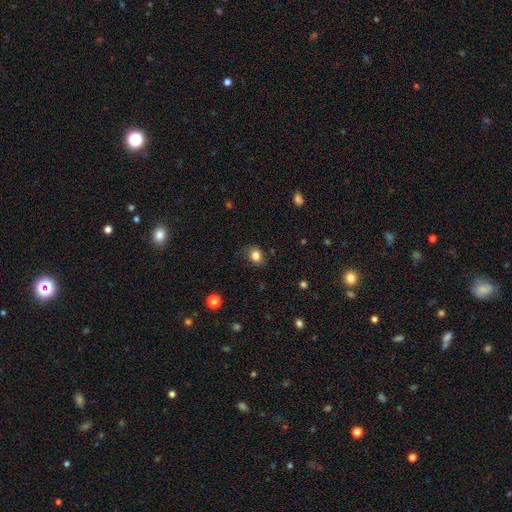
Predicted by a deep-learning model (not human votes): A smooth galaxy with no disk features (83%) that is round (53%). Merging: none (81%).